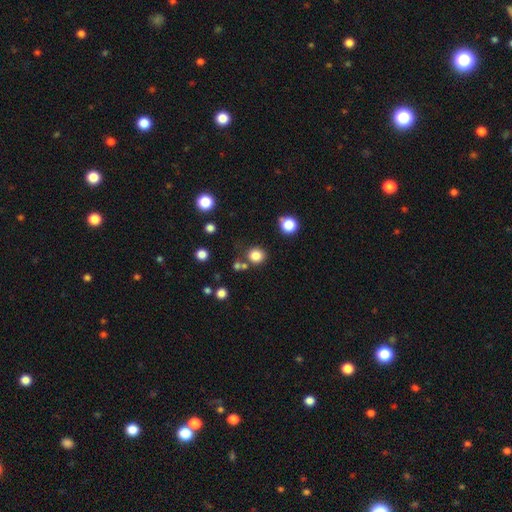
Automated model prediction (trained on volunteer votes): Smooth or featured? Predicted: smooth (p=0.82). How rounded? Predicted: round (p=0.89). Merging? Predicted: none (p=0.77).